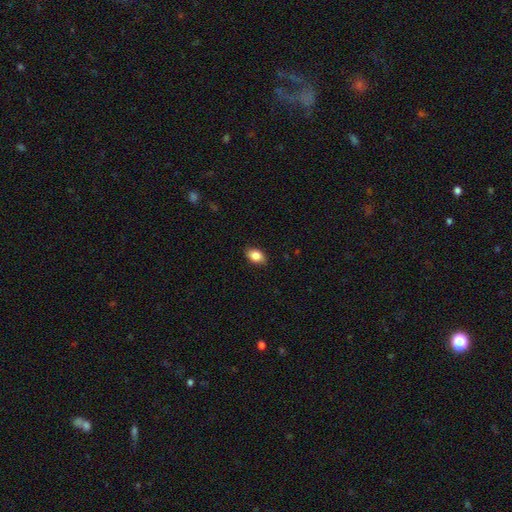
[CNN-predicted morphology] Q: Smooth or featured?
A: smooth (86%); runner-up: star or artifact (8%)
Q: How rounded?
A: in between (87%); runner-up: round (12%)
Q: Merging?
A: none (88%); runner-up: minor disturbance (9%)